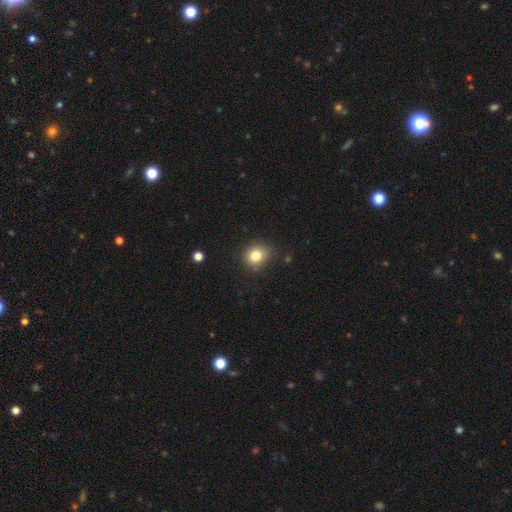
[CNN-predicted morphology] Smooth or featured: smooth — 81% (star or artifact — 11%)
How rounded: round — 75% (in between — 24%)
Merging: none — 82% (minor disturbance — 13%)